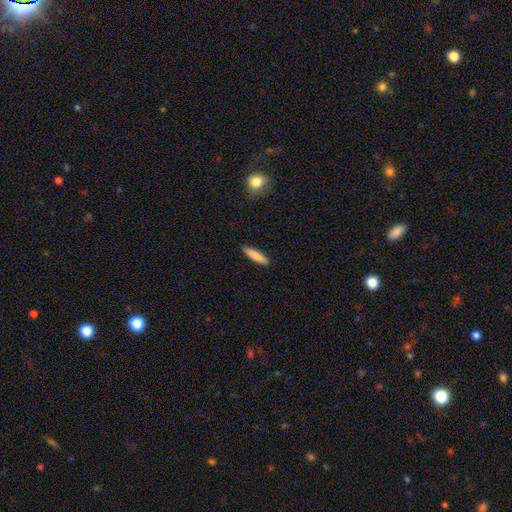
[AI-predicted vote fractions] Smooth or featured? smooth (84%)
How rounded? cigar-shaped (80%)
Merging? none (90%)